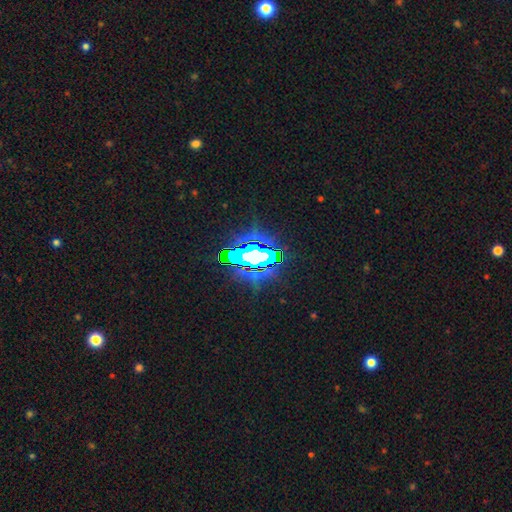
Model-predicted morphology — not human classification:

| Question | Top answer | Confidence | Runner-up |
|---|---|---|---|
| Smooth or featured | star or artifact | 65% | smooth (17%) |